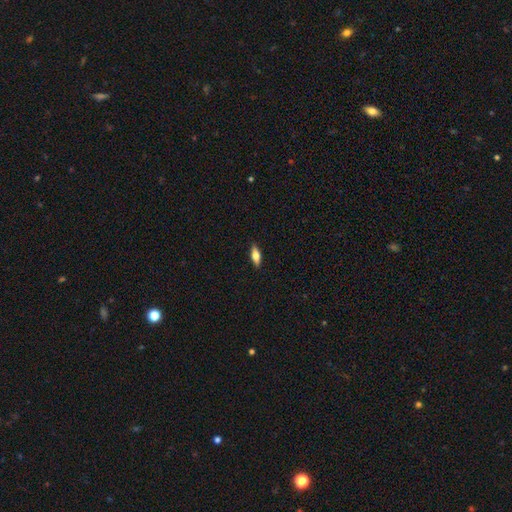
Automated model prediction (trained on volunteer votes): This is likely a smooth galaxy (62%). How rounded: likely in between (65%). Merging: clearly none (89%).